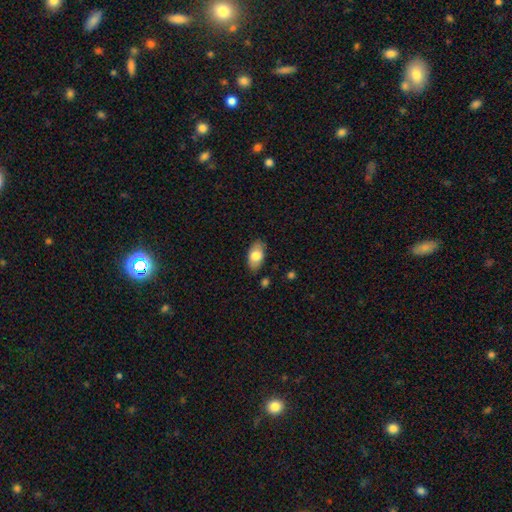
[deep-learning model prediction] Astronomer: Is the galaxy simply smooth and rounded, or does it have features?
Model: smooth — 75%.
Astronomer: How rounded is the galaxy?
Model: in between — 93%.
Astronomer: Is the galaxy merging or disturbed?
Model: none — 81%.